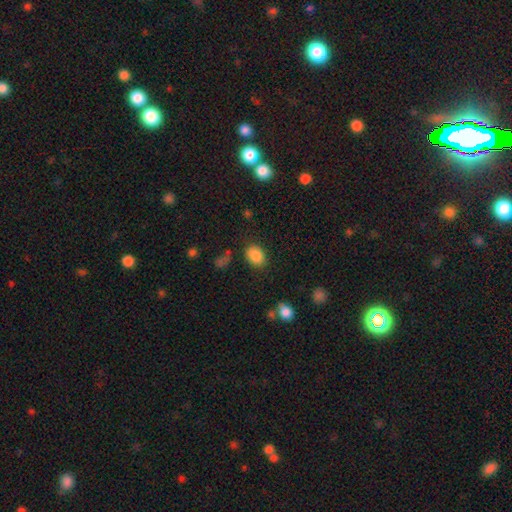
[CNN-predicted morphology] Smooth or featured: smooth — 85% (star or artifact — 9%)
How rounded: in between — 66% (round — 33%)
Merging: none — 80% (minor disturbance — 13%)